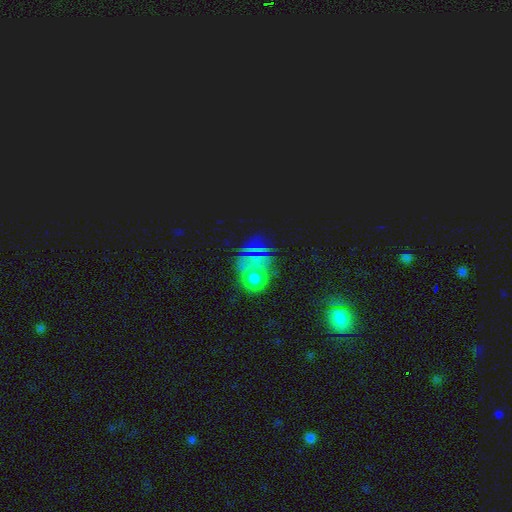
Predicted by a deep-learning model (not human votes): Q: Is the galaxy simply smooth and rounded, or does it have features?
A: star or artifact — 52%.